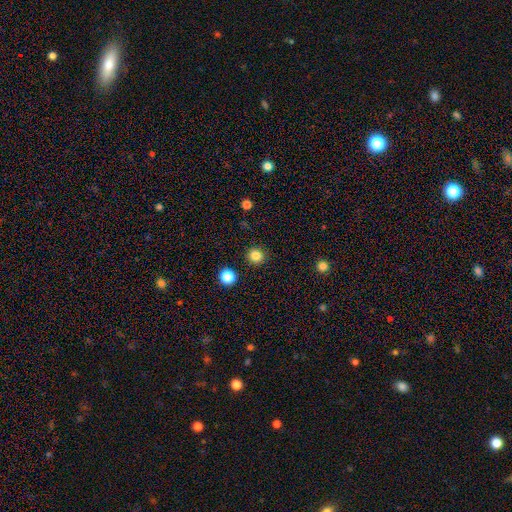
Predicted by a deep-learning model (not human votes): The model was most divided on "smooth or featured": smooth: 83%, star or artifact: 12%, featured or disk: 4%. More confident: how rounded — round (92%); merging — none (91%).